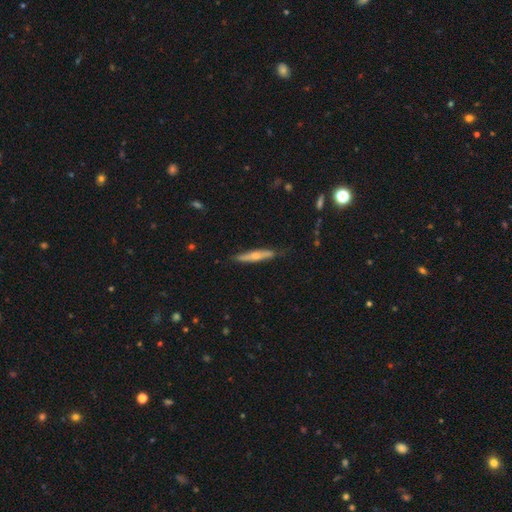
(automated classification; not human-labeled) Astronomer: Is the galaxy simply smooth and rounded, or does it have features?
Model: featured or disk — 51% (runner-up: smooth, 43%).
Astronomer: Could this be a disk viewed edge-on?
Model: yes — 88%.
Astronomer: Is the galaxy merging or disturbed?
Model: none — 79%.